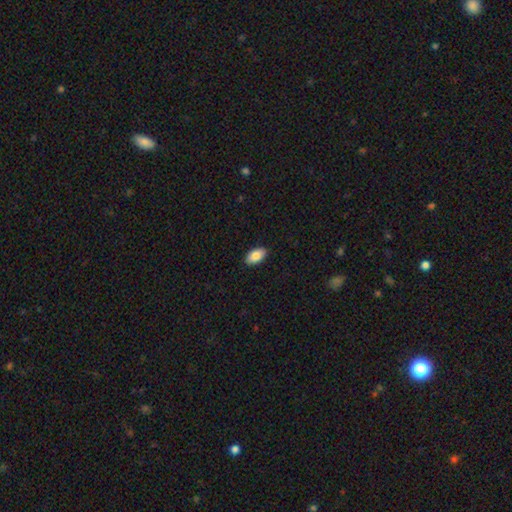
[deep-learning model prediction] The model was most divided on "smooth or featured": smooth: 86%, featured or disk: 8%, star or artifact: 7%. More confident: how rounded — in between (95%); merging — none (90%).